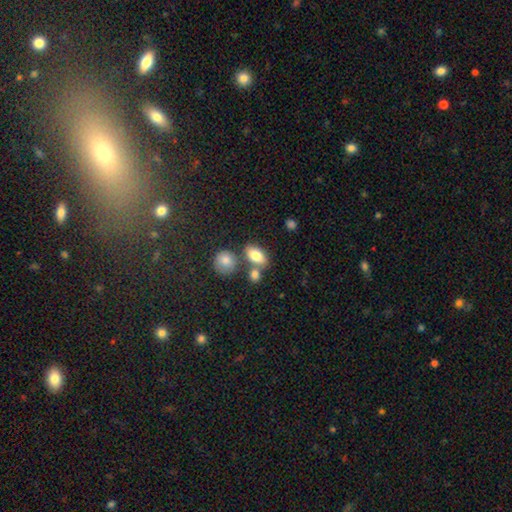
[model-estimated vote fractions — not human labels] smooth-or-featured: smooth: 79% | featured or disk: 12% | star or artifact: 8%
  how-rounded: in between: 85% | round: 12% | cigar-shaped: 3%
  merging: none: 57% | merger: 27% | minor disturbance: 12% | major disturbance: 4%